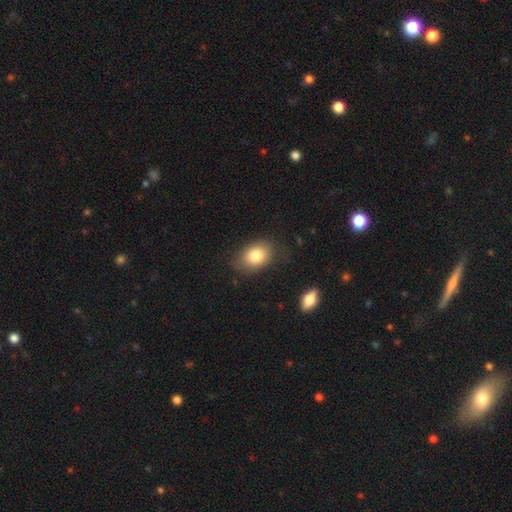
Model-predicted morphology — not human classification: The model was most divided on "how rounded": in between: 78%, round: 21%, cigar-shaped: 1%. More confident: smooth or featured — smooth (81%); merging — none (78%).